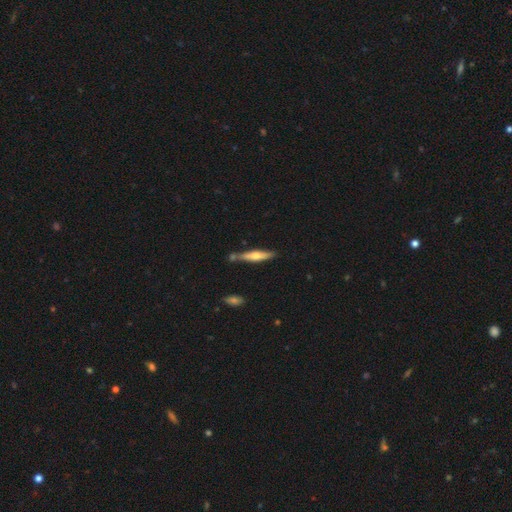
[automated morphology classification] featured or disk 51%, smooth 43%, star or artifact 6%. Down the decision tree: edge-on disk — yes (93%); merging — none (72%).